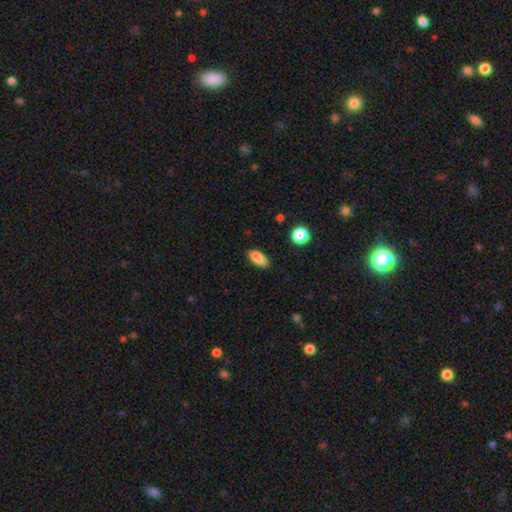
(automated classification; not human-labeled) Smooth or featured: smooth — 86% (star or artifact — 8%)
How rounded: in between — 86% (cigar-shaped — 10%)
Merging: none — 80% (minor disturbance — 15%)